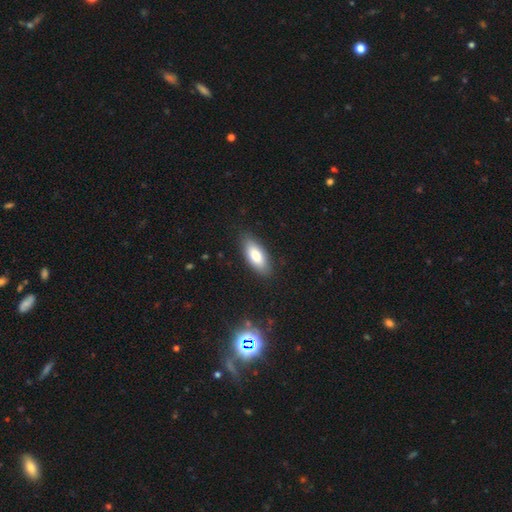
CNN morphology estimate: Smooth or featured?
  - smooth: 79% *
  - featured or disk: 15%
  - star or artifact: 7%
How rounded?
  - in between: 83% *
  - cigar-shaped: 15%
  - round: 2%
Merging?
  - none: 86% *
  - minor disturbance: 10%
  - major disturbance: 2%
  - merger: 1%